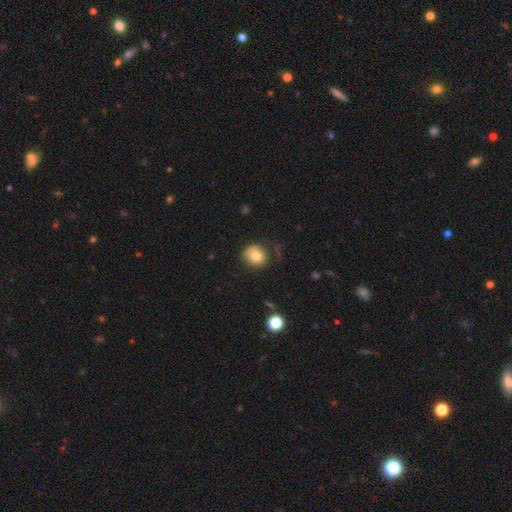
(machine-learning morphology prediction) smooth_or_featured: smooth (p=0.76) [alt: featured or disk p=0.15]
how_rounded: round (p=0.78) [alt: in between p=0.21]
merging: none (p=0.62) [alt: minor disturbance p=0.26]